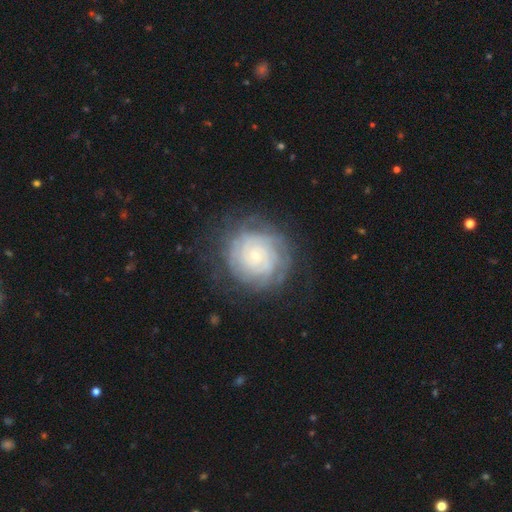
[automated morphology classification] Smooth or featured? Predicted: featured or disk (p=0.72). Edge-on disk? Predicted: no (p=0.98). Bar? Predicted: no (p=0.83). Spiral arms? Predicted: yes (p=0.91). Spiral winding? Predicted: tight (p=0.81). Spiral arm count? Predicted: can't tell (p=0.47). Bulge size? Predicted: small (p=0.82). Merging? Predicted: none (p=0.75).